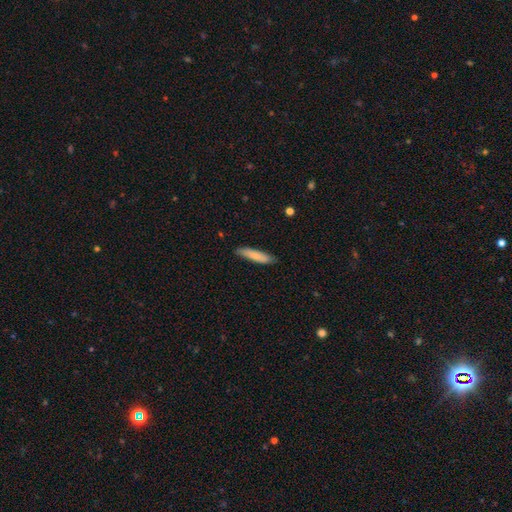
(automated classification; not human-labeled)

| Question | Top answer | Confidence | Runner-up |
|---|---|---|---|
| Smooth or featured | smooth | 80% | featured or disk (14%) |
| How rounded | cigar-shaped | 78% | in between (21%) |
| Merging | none | 84% | minor disturbance (13%) |